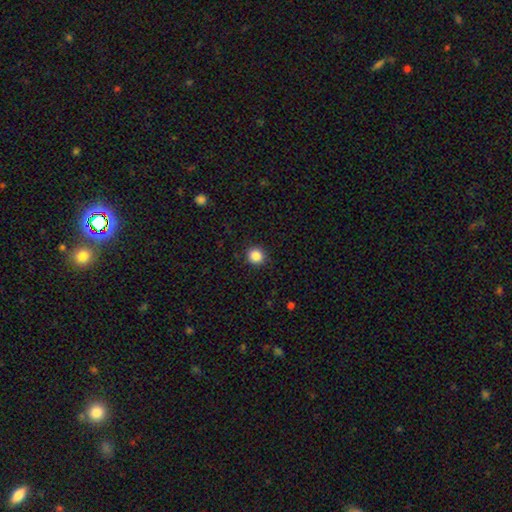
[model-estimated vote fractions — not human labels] A smooth galaxy with no disk features (87%) that is round (89%). Merging: none (90%).